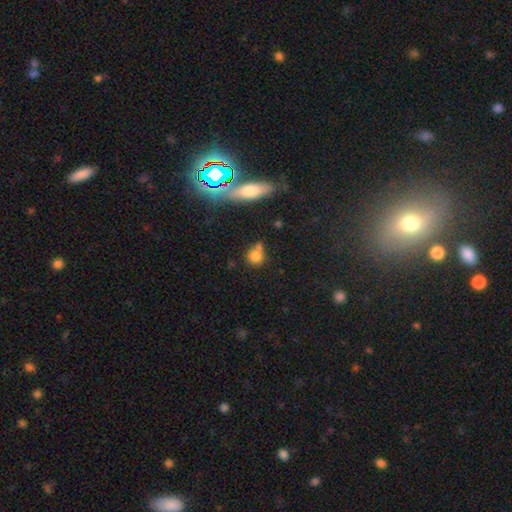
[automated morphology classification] A smooth galaxy with no disk features (78%) that is round (77%).

Vote fractions:
- Smooth or featured? smooth: 78% / star or artifact: 13% / featured or disk: 10%
- How rounded? round: 77% / in between: 20% / cigar-shaped: 3%
- Merging? none: 53% / merger: 24% / minor disturbance: 17% / major disturbance: 6%